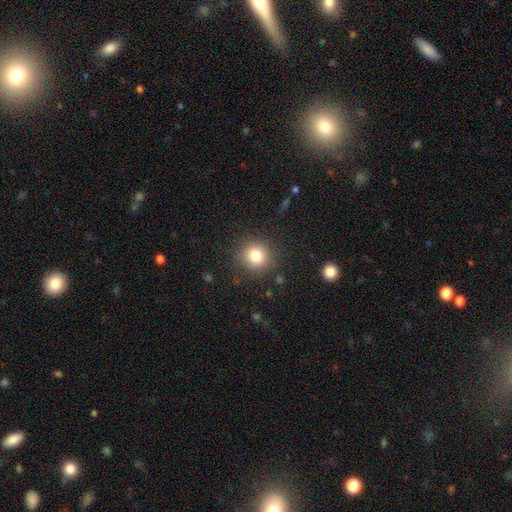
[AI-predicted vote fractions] This is likely a smooth galaxy (80%). How rounded: clearly round (90%). Merging: clearly none (87%).